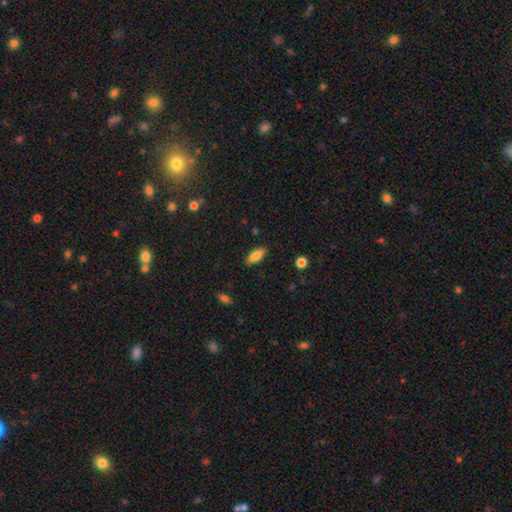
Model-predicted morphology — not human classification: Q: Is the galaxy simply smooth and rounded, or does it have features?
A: smooth — 83%.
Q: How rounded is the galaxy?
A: in between — 80%.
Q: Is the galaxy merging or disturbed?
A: none — 86%.